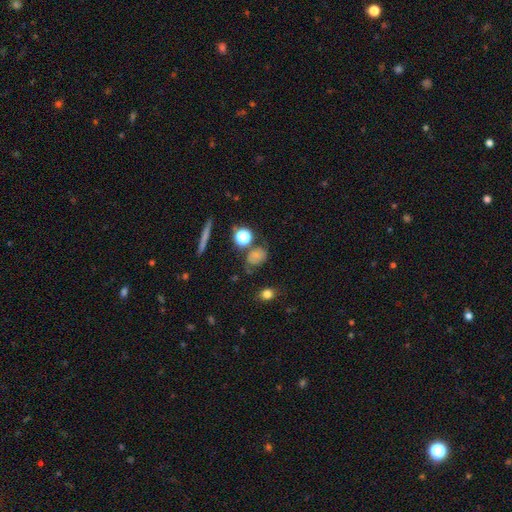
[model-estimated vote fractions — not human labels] Smooth or featured: smooth — 61% (featured or disk — 21%)
How rounded: in between — 53% (round — 44%)
Merging: none — 60% (minor disturbance — 21%)